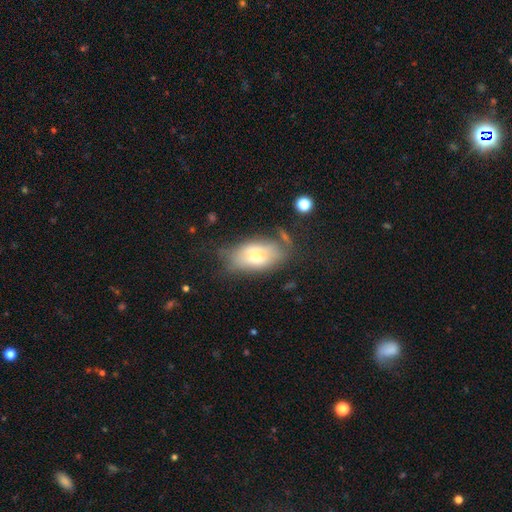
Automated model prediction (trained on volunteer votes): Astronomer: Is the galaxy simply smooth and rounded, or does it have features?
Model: smooth — 62%.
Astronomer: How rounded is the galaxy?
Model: in between — 89%.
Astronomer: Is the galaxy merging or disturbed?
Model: none — 56%.